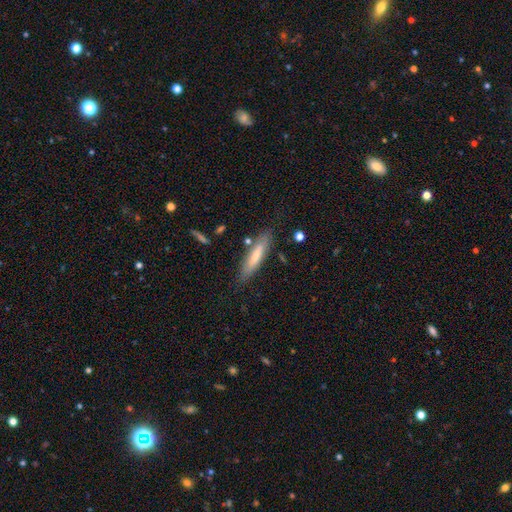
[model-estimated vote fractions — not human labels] This is likely a smooth galaxy (68%). How rounded: likely cigar-shaped (79%). Merging: likely none (79%).